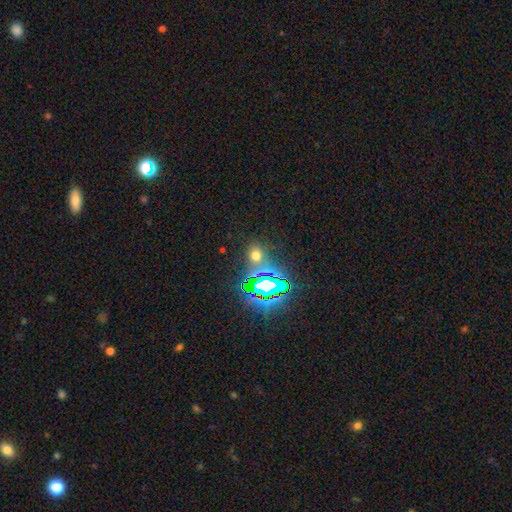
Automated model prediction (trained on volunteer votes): smooth 50%, star or artifact 42%, featured or disk 8%. Down the decision tree: how rounded — round (65%); merging — none (76%).